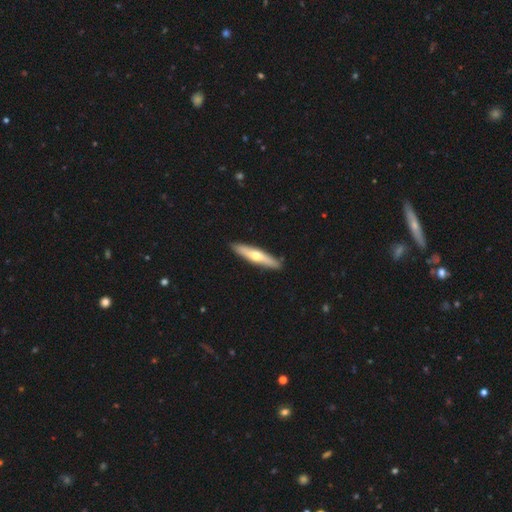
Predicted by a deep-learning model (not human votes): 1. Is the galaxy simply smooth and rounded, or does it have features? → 50% featured or disk, 46% smooth, 5% star or artifact.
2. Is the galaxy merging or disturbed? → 90% none, 7% minor disturbance, 1% major disturbance, 1% merger.